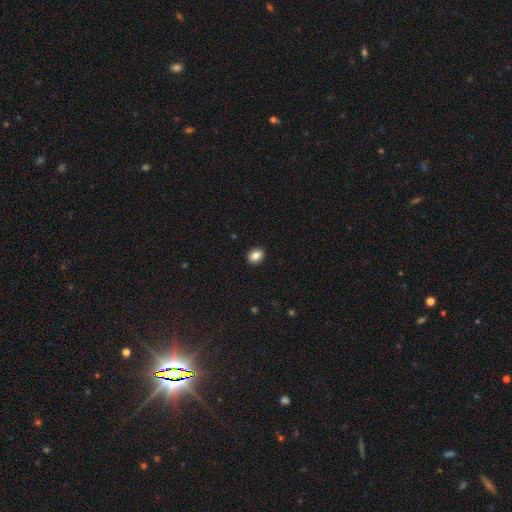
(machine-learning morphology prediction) A smooth galaxy with no disk features (85%) that is in between round and cigar-shaped (54%). Merging: none (91%).